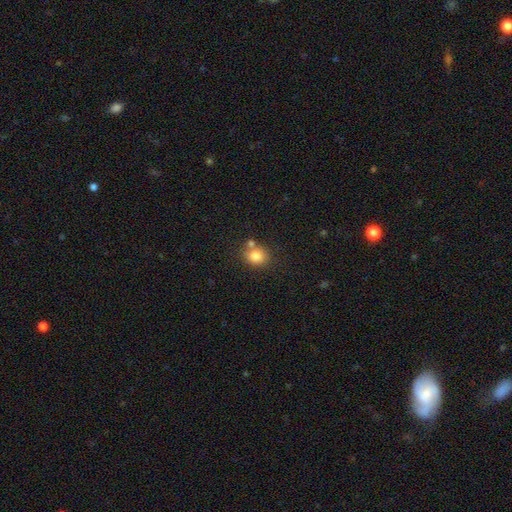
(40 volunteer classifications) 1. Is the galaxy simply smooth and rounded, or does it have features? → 88% smooth, 10% star or artifact, 2% featured or disk.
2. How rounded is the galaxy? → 80% round, 20% in between, 0% cigar-shaped.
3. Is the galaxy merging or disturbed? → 64% none, 31% merger, 6% minor disturbance, 0% major disturbance.